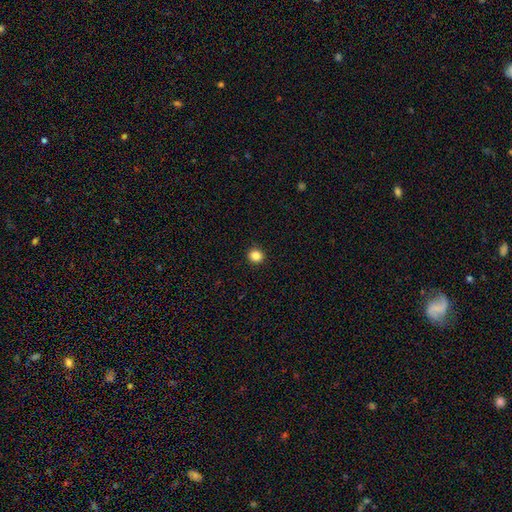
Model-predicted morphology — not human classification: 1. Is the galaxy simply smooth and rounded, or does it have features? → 85% smooth, 11% star or artifact, 3% featured or disk.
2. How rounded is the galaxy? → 91% round, 8% in between, 1% cigar-shaped.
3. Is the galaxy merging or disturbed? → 93% none, 5% minor disturbance, 2% major disturbance, 1% merger.